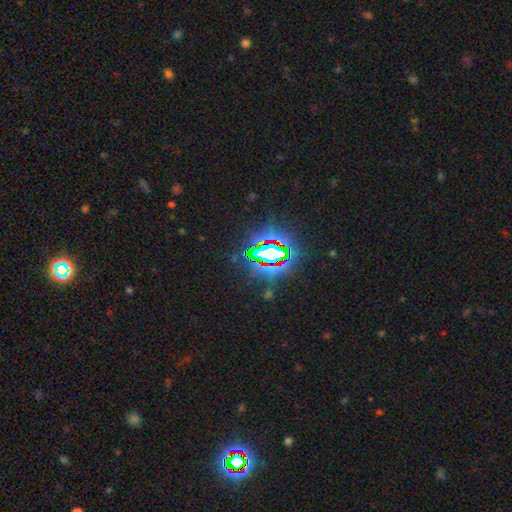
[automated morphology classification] Q: Smooth or featured?
A: star or artifact (82%); runner-up: smooth (10%)